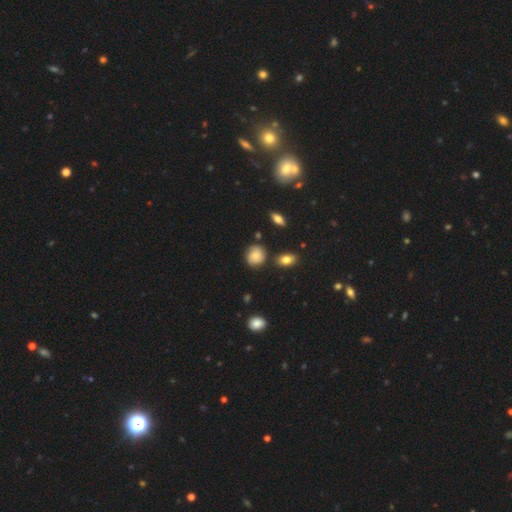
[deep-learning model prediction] This is likely a smooth galaxy (66%). How rounded: likely round (73%). Merging: likely none (75%).